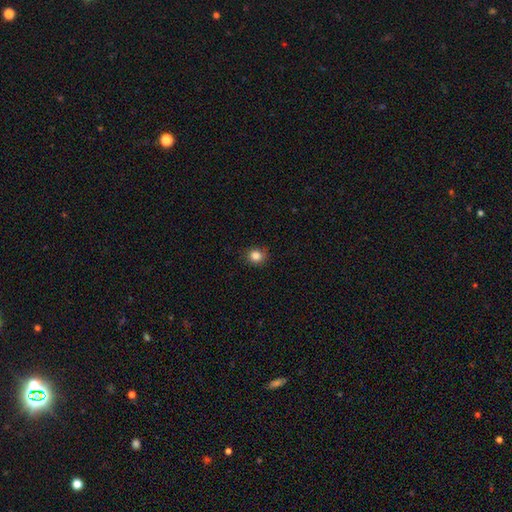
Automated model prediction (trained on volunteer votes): smooth 84%, star or artifact 12%, featured or disk 5%. Down the decision tree: how rounded — round (81%); merging — none (84%).